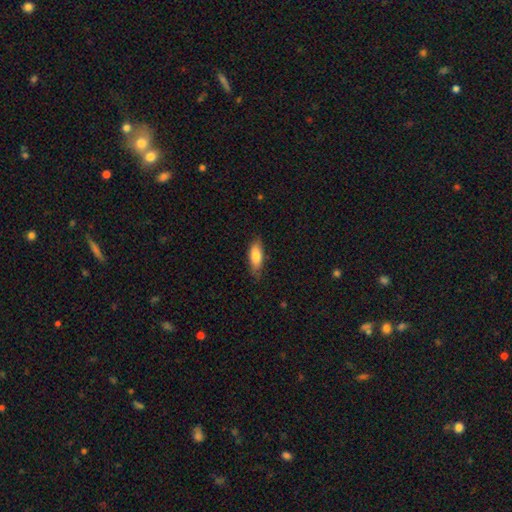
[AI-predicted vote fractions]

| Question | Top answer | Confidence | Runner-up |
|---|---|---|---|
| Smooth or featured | smooth | 79% | featured or disk (14%) |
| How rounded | in between | 70% | cigar-shaped (28%) |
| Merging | none | 78% | minor disturbance (18%) |